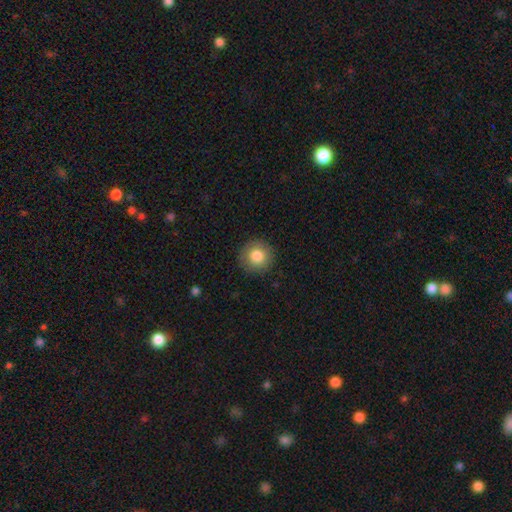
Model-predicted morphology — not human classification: smooth-or-featured: smooth: 83% | star or artifact: 9% | featured or disk: 8%
  how-rounded: round: 95% | in between: 4% | cigar-shaped: 1%
  merging: none: 90% | minor disturbance: 7% | major disturbance: 2% | merger: 1%